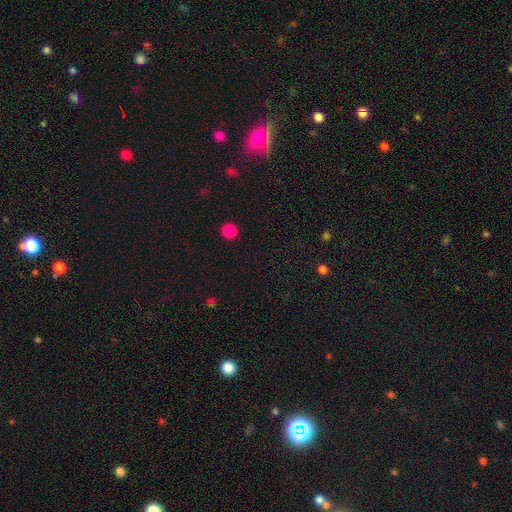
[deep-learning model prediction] smooth 62%, star or artifact 34%, featured or disk 4%. Down the decision tree: how rounded — round (89%); merging — none (91%).